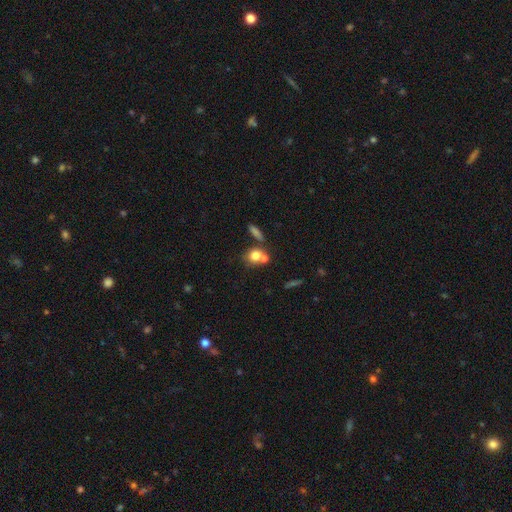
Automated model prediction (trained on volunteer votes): Smooth or featured: smooth — 75% (featured or disk — 14%)
How rounded: round — 68% (in between — 30%)
Merging: none — 44% (merger — 42%)